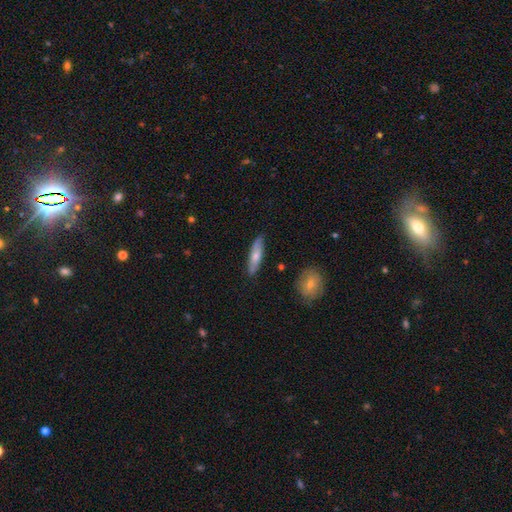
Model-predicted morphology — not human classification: Q: Smooth or featured?
A: smooth (63%); runner-up: featured or disk (32%)
Q: How rounded?
A: cigar-shaped (70%); runner-up: in between (28%)
Q: Merging?
A: none (83%); runner-up: minor disturbance (13%)